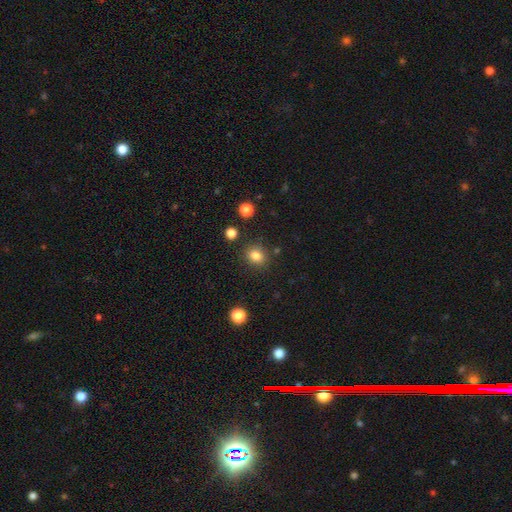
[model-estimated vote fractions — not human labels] Smooth or featured? Predicted: smooth (p=0.82). How rounded? Predicted: round (p=0.69). Merging? Predicted: none (p=0.86).